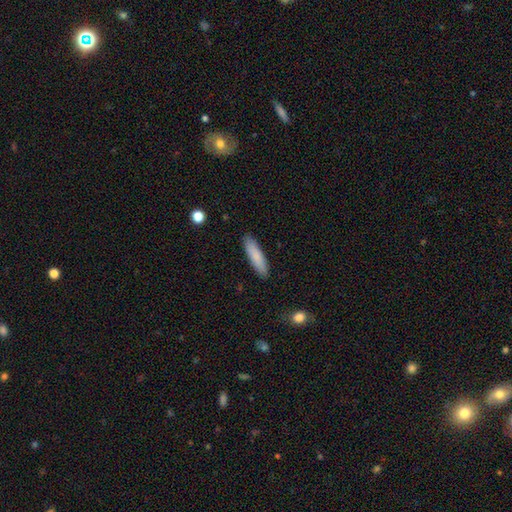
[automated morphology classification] Q: Smooth or featured?
A: smooth (85%); runner-up: featured or disk (10%)
Q: How rounded?
A: cigar-shaped (74%); runner-up: in between (25%)
Q: Merging?
A: none (89%); runner-up: minor disturbance (8%)